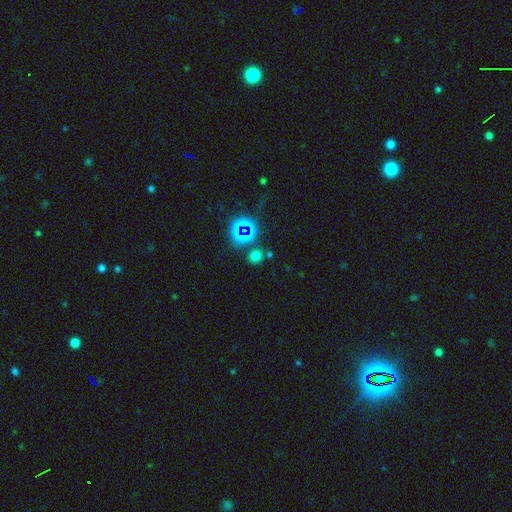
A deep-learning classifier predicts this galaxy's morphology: smooth_or_featured: smooth (p=0.63) [alt: star or artifact p=0.31]
how_rounded: round (p=0.81) [alt: in between p=0.18]
merging: none (p=0.76) [alt: merger p=0.11]